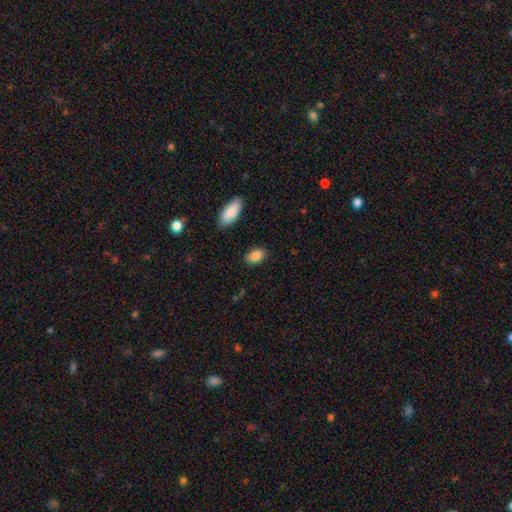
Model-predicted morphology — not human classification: This is clearly a smooth galaxy (87%). How rounded: clearly in between (89%). Merging: clearly none (86%).